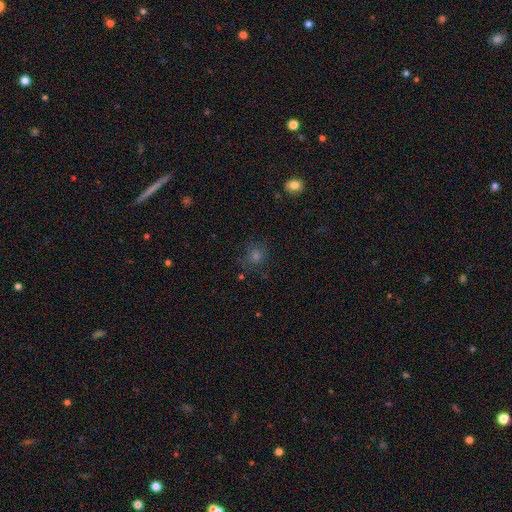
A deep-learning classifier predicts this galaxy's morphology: smooth_or_featured: smooth (p=0.58) [alt: star or artifact p=0.30]
how_rounded: round (p=0.84) [alt: in between p=0.15]
merging: none (p=0.79) [alt: minor disturbance p=0.13]